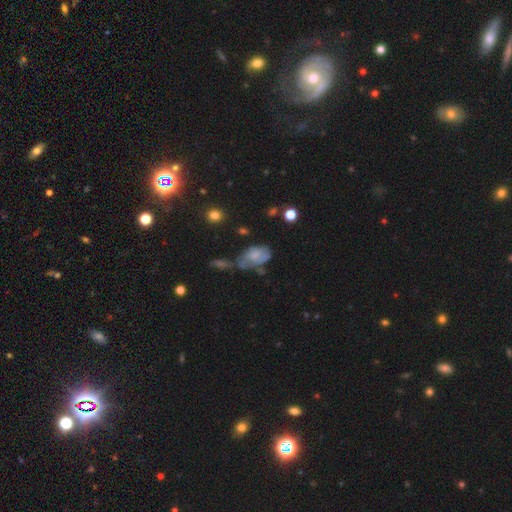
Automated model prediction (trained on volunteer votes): The model was most divided on "merging": merger: 30%, major disturbance: 26%, minor disturbance: 22%, none: 22%. More confident: how rounded — in between (88%); smooth or featured — smooth (51%).